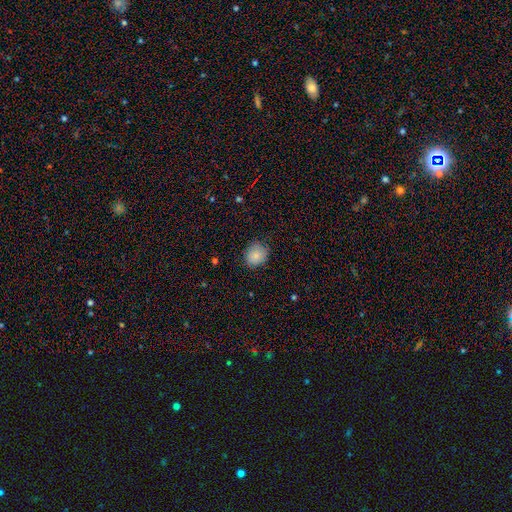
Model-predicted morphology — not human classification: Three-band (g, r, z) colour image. It shows a smooth galaxy with no disk features (85%) that is round (65%). Merging: none (80%).